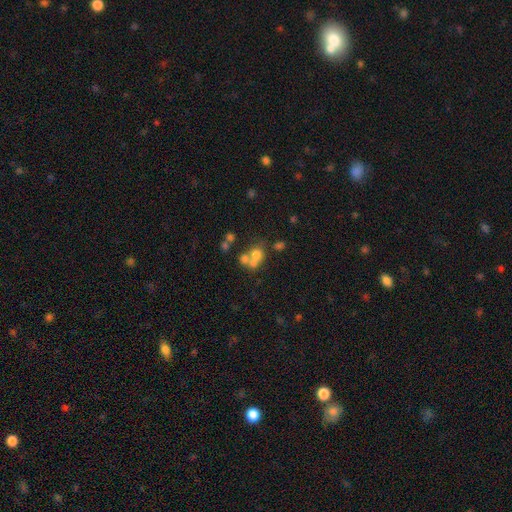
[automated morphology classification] smooth-or-featured: smooth: 58% | featured or disk: 25% | star or artifact: 17%
  how-rounded: round: 70% | in between: 29% | cigar-shaped: 1%
  merging: merger: 55% | none: 31% | minor disturbance: 8% | major disturbance: 6%